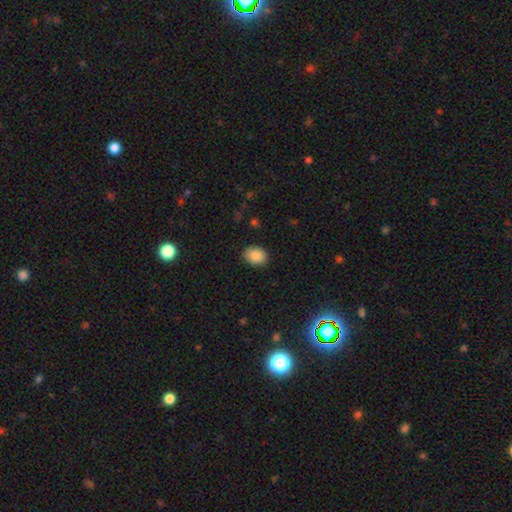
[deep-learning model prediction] This appears to be a smooth galaxy with no disk features (87%) that is in between round and cigar-shaped (69%). Merging: none (88%).